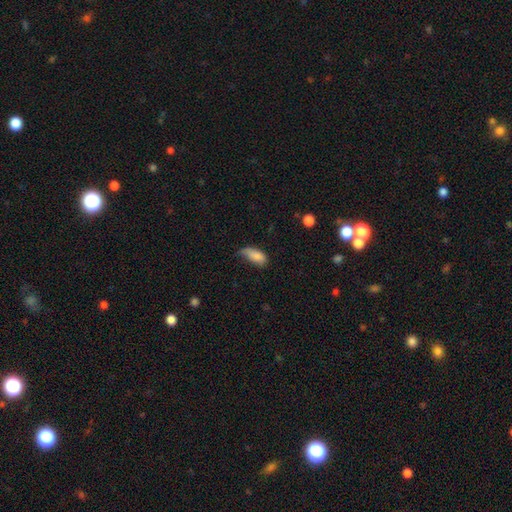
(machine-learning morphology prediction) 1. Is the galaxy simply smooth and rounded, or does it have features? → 83% smooth, 9% featured or disk, 8% star or artifact.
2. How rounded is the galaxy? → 86% in between, 11% cigar-shaped, 3% round.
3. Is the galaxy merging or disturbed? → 44% minor disturbance, 33% none, 20% major disturbance, 3% merger.